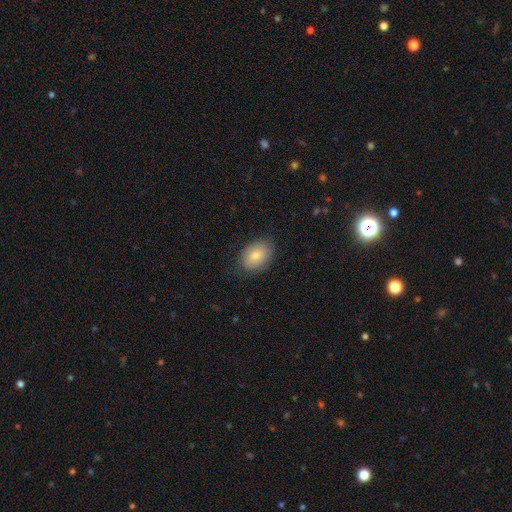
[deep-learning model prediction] The model was most divided on "how rounded": in between: 77%, round: 22%, cigar-shaped: 1%. More confident: merging — none (80%); smooth or featured — smooth (78%).